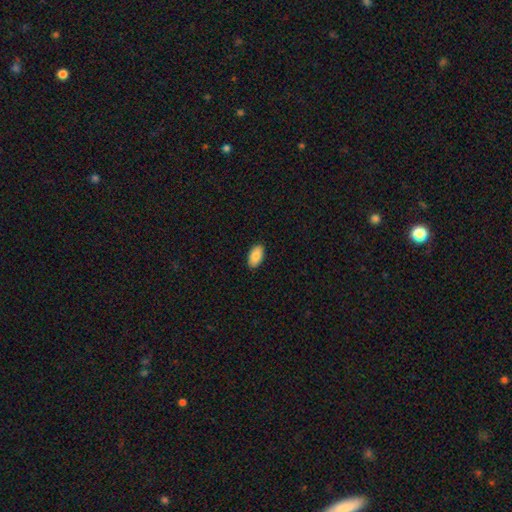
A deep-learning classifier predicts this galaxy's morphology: smooth 88%, star or artifact 7%, featured or disk 5%. Down the decision tree: how rounded — in between (95%); merging — none (89%).